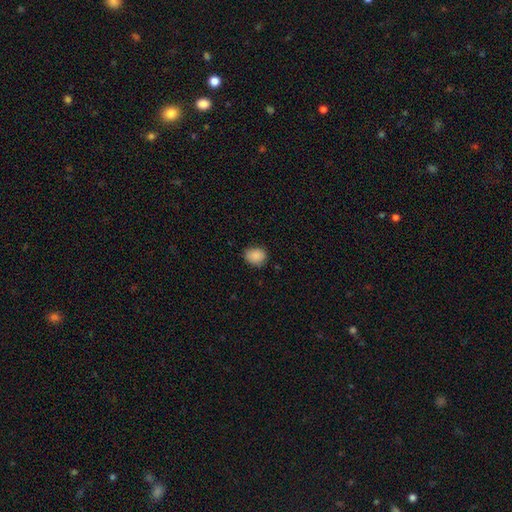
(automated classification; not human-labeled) A smooth galaxy with no disk features (88%) that is round (59%).

Vote fractions:
- Smooth or featured? smooth: 88% / star or artifact: 9% / featured or disk: 4%
- How rounded? round: 59% / in between: 40% / cigar-shaped: 1%
- Merging? none: 79% / minor disturbance: 17% / major disturbance: 3% / merger: 1%